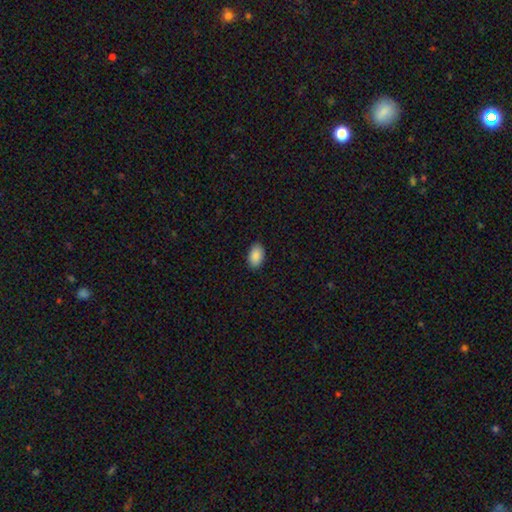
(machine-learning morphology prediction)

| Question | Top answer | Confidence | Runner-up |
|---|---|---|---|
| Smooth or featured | smooth | 90% | star or artifact (7%) |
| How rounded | in between | 92% | round (7%) |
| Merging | none | 88% | minor disturbance (9%) |